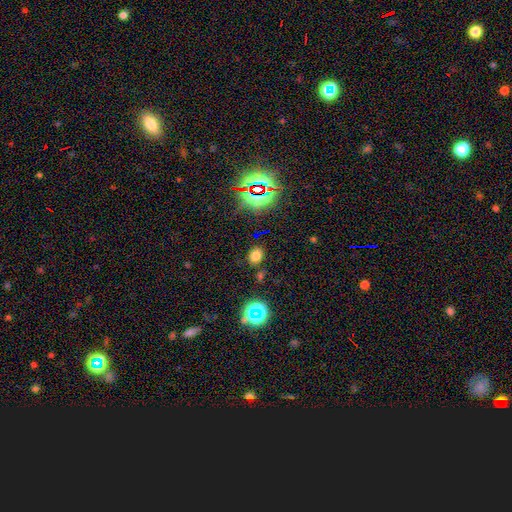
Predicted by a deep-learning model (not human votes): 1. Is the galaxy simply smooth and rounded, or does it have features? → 68% smooth, 24% star or artifact, 8% featured or disk.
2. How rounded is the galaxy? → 52% in between, 46% round, 1% cigar-shaped.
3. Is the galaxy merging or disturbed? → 81% none, 11% minor disturbance, 5% merger, 4% major disturbance.